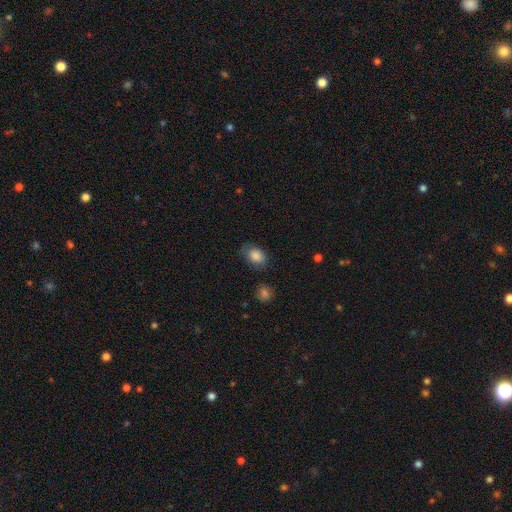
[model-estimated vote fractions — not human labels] Smooth or featured: smooth — 85% (star or artifact — 8%)
How rounded: in between — 77% (round — 22%)
Merging: none — 70% (minor disturbance — 22%)